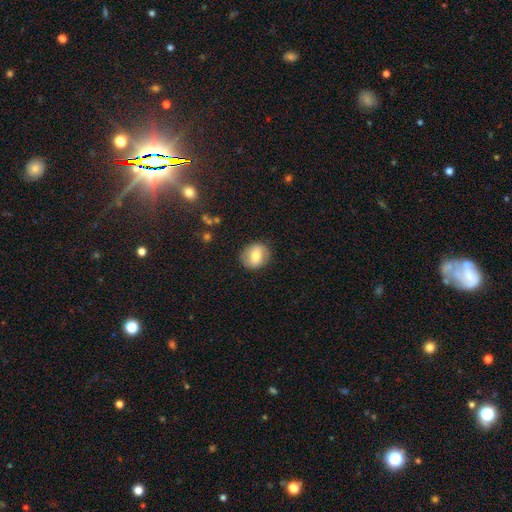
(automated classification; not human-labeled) A smooth galaxy with no disk features (66%) that is round (78%). Merging: none (87%).